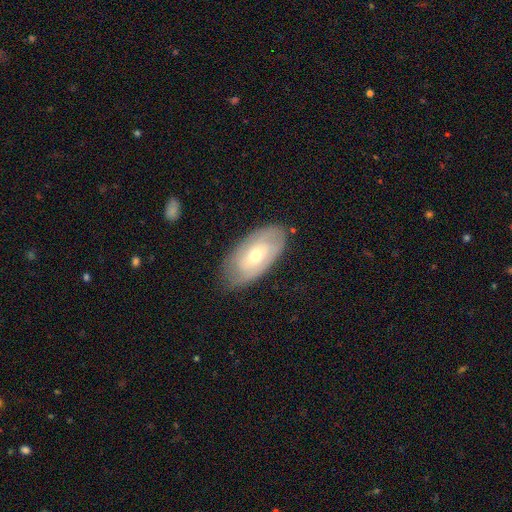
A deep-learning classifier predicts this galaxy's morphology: Smooth or featured: featured or disk — 55% (smooth — 38%)
Edge-on disk: no — 90% (yes — 10%)
Merging: none — 75% (minor disturbance — 19%)